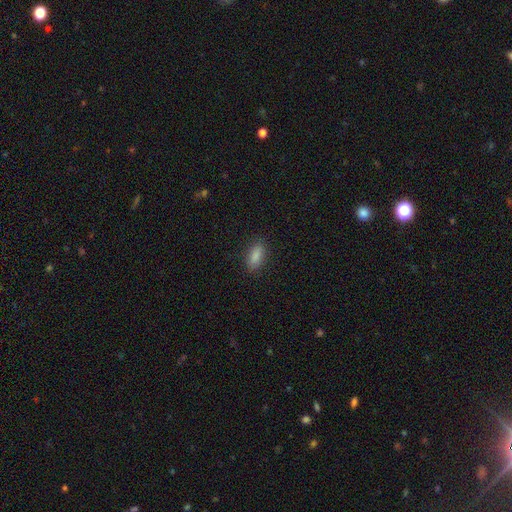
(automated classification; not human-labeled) A smooth galaxy with no disk features (87%) that is in between round and cigar-shaped (81%). Merging: none (87%).